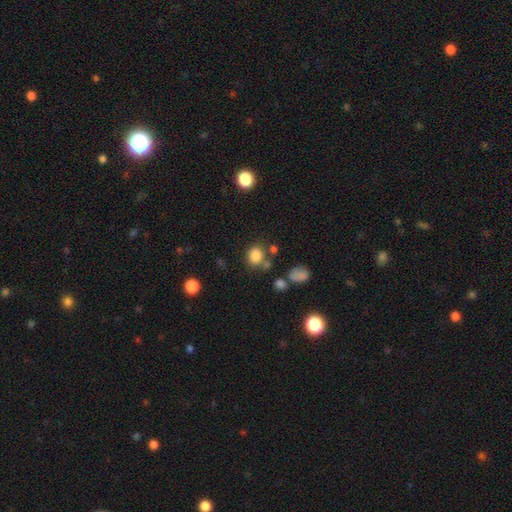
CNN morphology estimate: The model was most divided on "how rounded": round: 76%, in between: 23%, cigar-shaped: 1%. More confident: smooth or featured — smooth (82%); merging — none (71%).